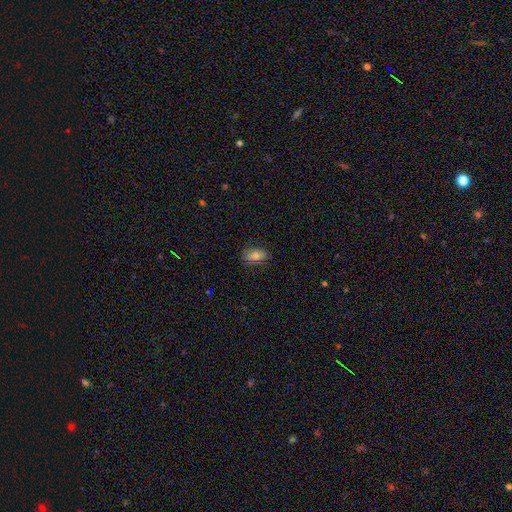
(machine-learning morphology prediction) smooth 73%, featured or disk 17%, star or artifact 10%. Down the decision tree: how rounded — in between (86%); merging — none (79%).